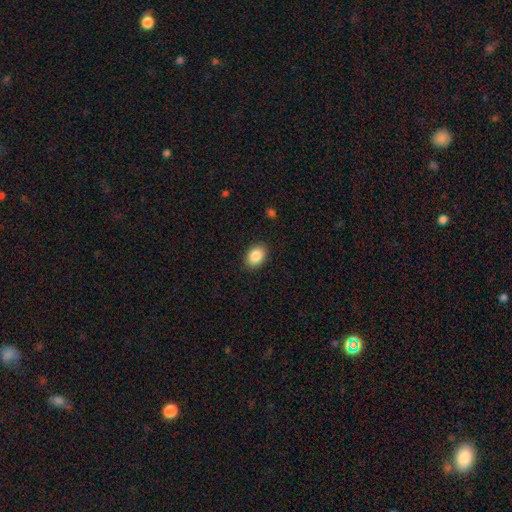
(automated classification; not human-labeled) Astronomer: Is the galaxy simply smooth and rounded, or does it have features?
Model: smooth — 87%.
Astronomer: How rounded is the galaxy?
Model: in between — 75%.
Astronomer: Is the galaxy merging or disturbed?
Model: none — 89%.